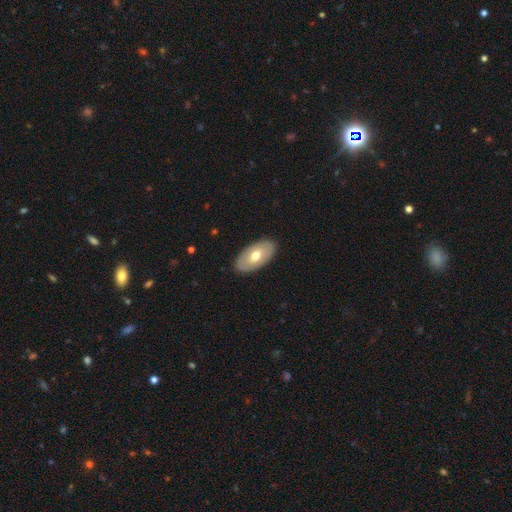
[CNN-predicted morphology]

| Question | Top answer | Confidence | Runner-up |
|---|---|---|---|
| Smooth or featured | smooth | 56% | featured or disk (38%) |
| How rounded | in between | 94% | round (4%) |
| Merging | none | 87% | minor disturbance (9%) |